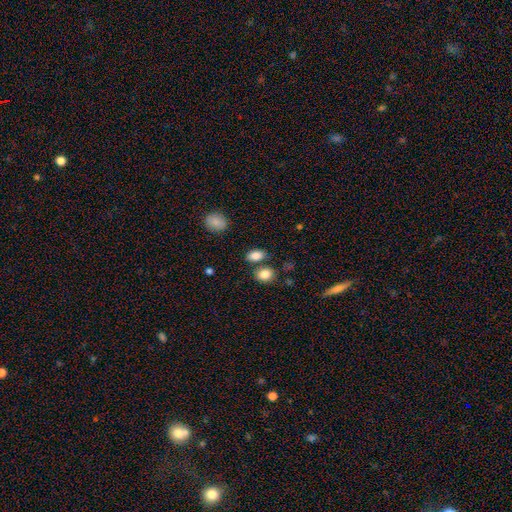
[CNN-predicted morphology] This is clearly a smooth galaxy (86%). How rounded: clearly in between (83%). Merging: likely none (70%).